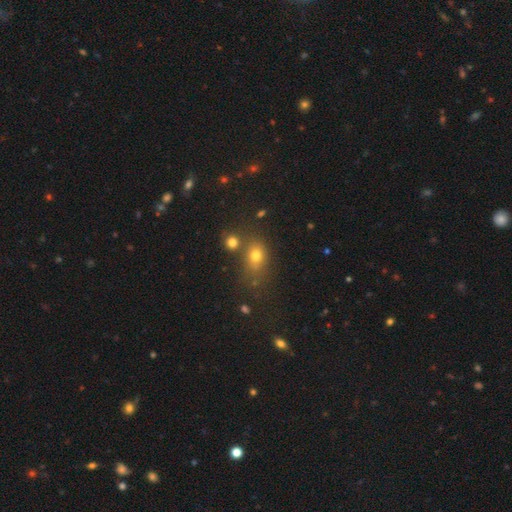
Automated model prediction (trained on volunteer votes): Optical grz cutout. It shows a smooth galaxy with no disk features (69%) that is in between round and cigar-shaped (55%). Merging: none (59%).